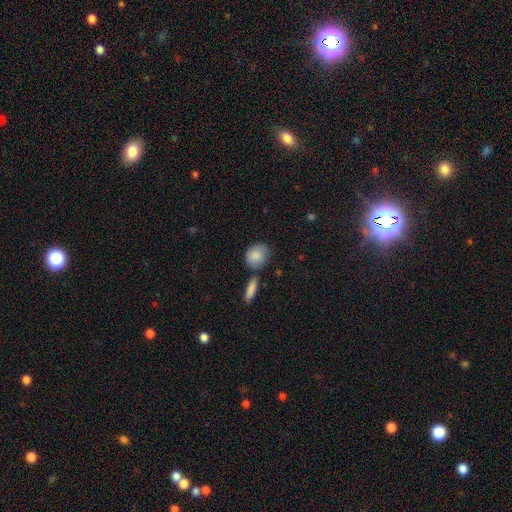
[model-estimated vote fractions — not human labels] Smooth or featured? smooth (86%)
How rounded? in between (55%)
Merging? none (66%)